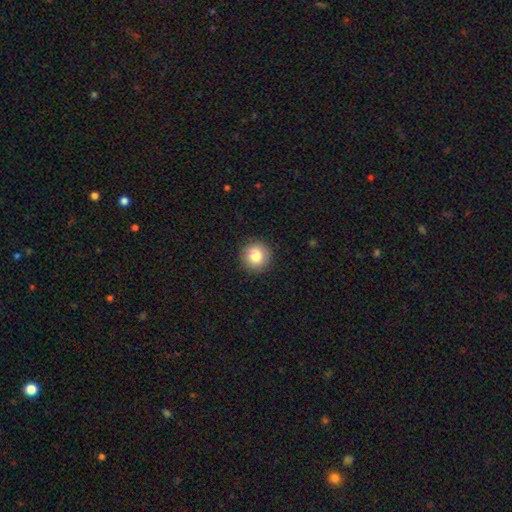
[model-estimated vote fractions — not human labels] A smooth galaxy with no disk features (82%) that is round (94%). Merging: none (91%).